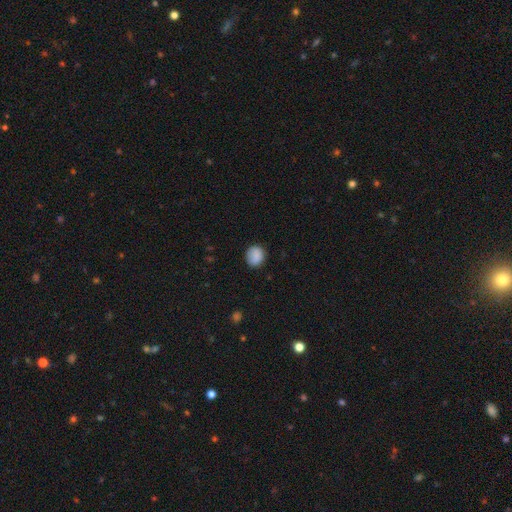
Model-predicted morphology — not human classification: Overall: smooth (88%). How rounded: round (73%). Merging: none (85%).